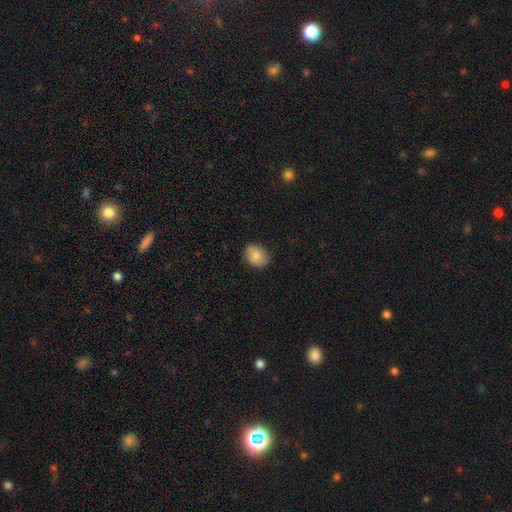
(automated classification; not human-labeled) Morphology: type=smooth (83%); roundness=in between (58%); merging=none (84%).